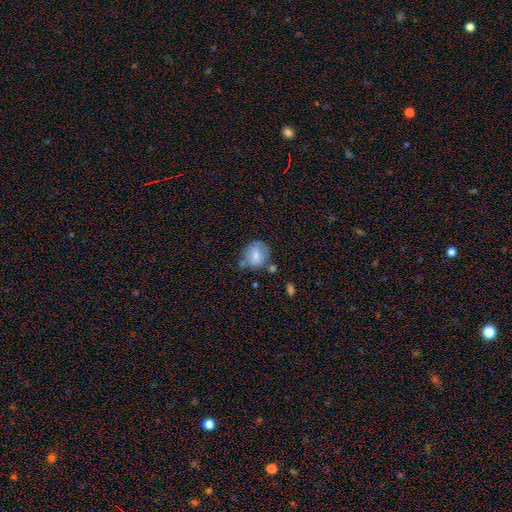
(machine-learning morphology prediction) The model was most divided on "merging": none: 55%, minor disturbance: 24%, merger: 11%, major disturbance: 9%. More confident: how rounded — round (67%); smooth or featured — smooth (65%).